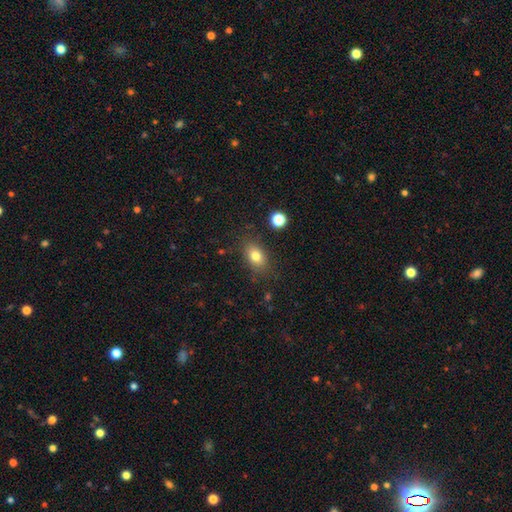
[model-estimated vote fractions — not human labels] smooth 79%, featured or disk 10%, star or artifact 10%. Down the decision tree: how rounded — in between (81%); merging — none (81%).